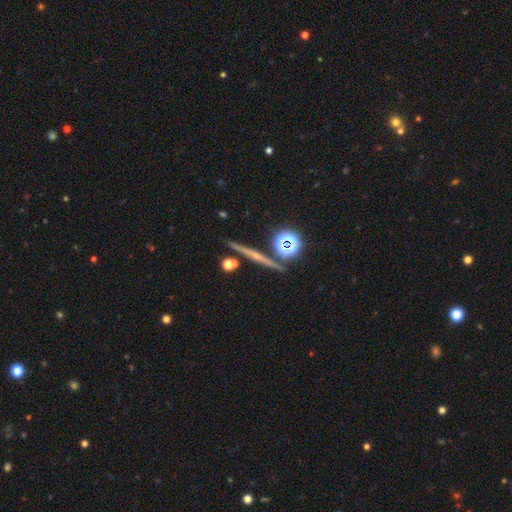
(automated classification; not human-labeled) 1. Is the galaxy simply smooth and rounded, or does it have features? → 63% featured or disk, 20% smooth, 18% star or artifact.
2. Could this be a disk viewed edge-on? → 96% yes, 4% no.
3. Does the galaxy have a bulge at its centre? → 55% rounded, 36% none, 8% boxy.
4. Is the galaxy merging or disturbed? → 87% none, 6% minor disturbance, 4% merger, 2% major disturbance.